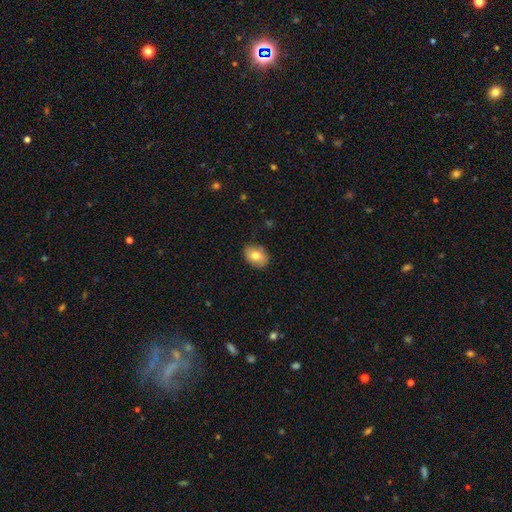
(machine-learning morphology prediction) This is likely a smooth galaxy (76%). How rounded: likely in between (73%). Merging: clearly none (80%).